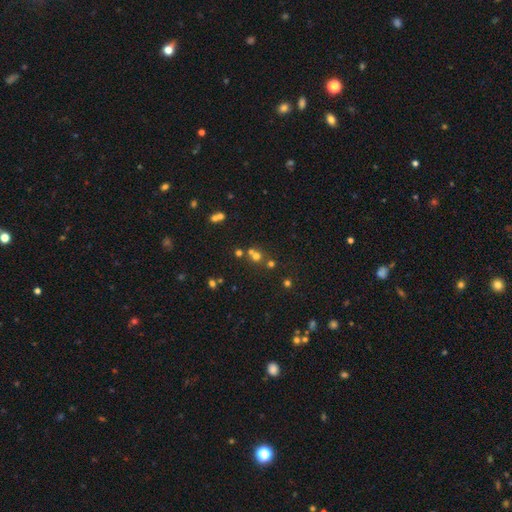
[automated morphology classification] This is possibly a smooth galaxy (54%). How rounded: clearly round (87%). Merging: possibly none (56%).